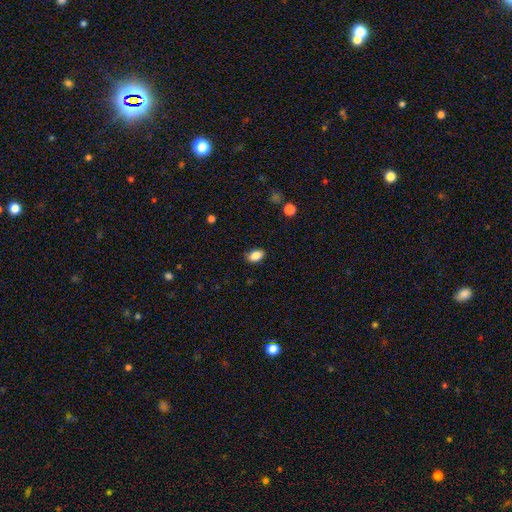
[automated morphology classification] Smooth or featured: smooth — 86% (star or artifact — 9%)
How rounded: in between — 86% (round — 12%)
Merging: none — 81% (minor disturbance — 15%)